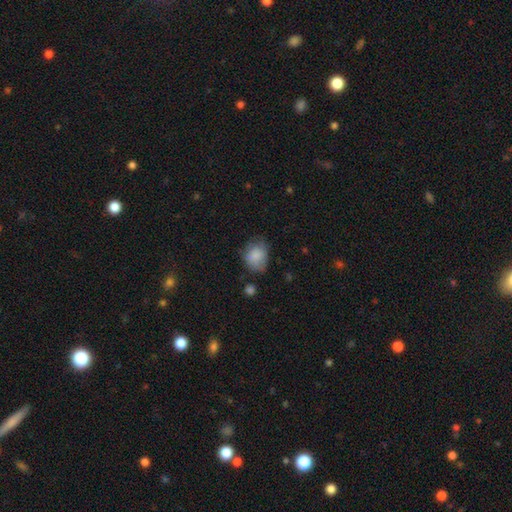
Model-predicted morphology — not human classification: Smooth or featured: smooth — 81% (featured or disk — 10%)
How rounded: in between — 51% (round — 48%)
Merging: none — 55% (minor disturbance — 31%)